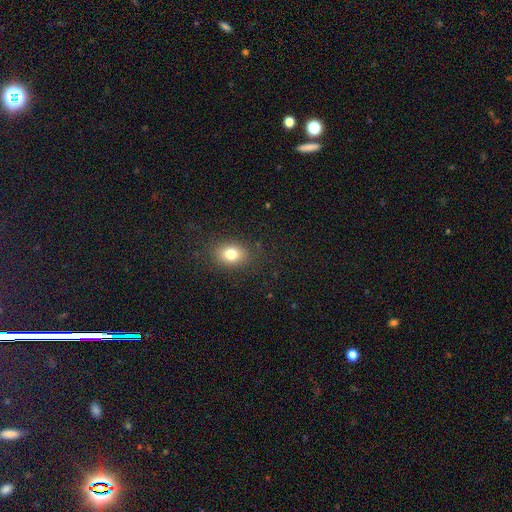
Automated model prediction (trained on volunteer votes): A smooth galaxy with no disk features (56%) that is round (57%).

Vote fractions:
- Smooth or featured? smooth: 56% / star or artifact: 35% / featured or disk: 9%
- How rounded? round: 57% / in between: 41% / cigar-shaped: 2%
- Merging? none: 87% / minor disturbance: 8% / major disturbance: 3% / merger: 2%